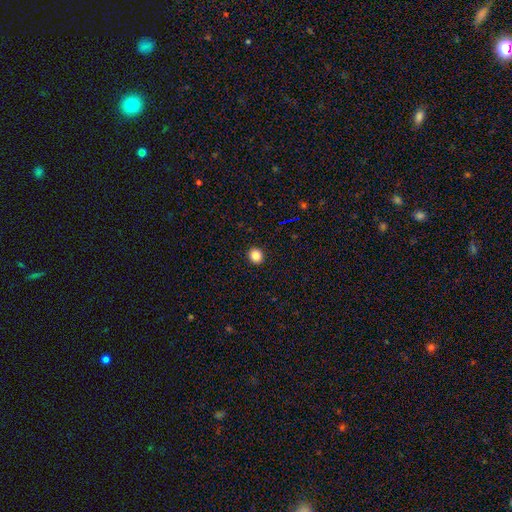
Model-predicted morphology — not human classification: This appears to be a smooth galaxy with no disk features (84%) that is round (82%). Merging: none (93%).